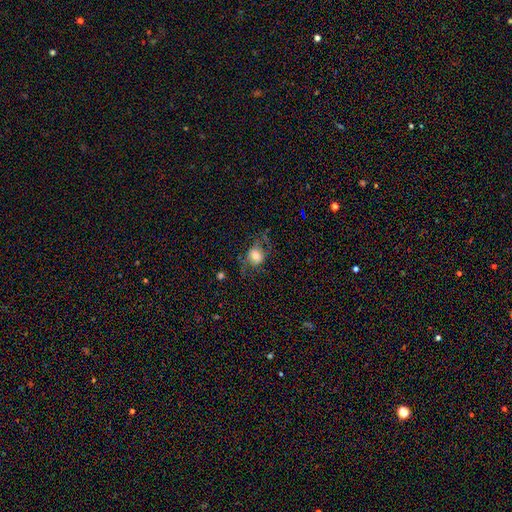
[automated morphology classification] smooth_or_featured: smooth (p=0.62) [alt: featured or disk p=0.27]
how_rounded: round (p=0.63) [alt: in between p=0.35]
merging: none (p=0.59) [alt: minor disturbance p=0.21]